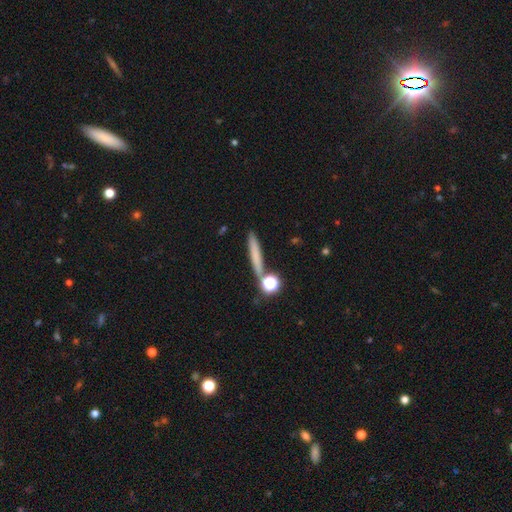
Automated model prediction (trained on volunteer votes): Morphology: type=smooth (66%); roundness=cigar-shaped (86%); merging=none (79%).